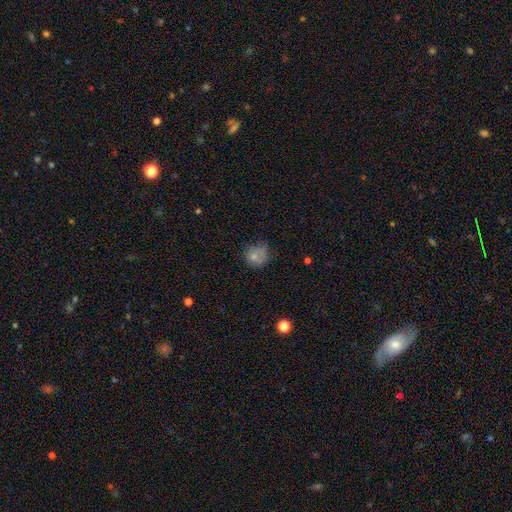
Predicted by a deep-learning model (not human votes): Q: Smooth or featured?
A: smooth (74%); runner-up: featured or disk (14%)
Q: How rounded?
A: round (77%); runner-up: in between (22%)
Q: Merging?
A: none (46%); runner-up: minor disturbance (32%)